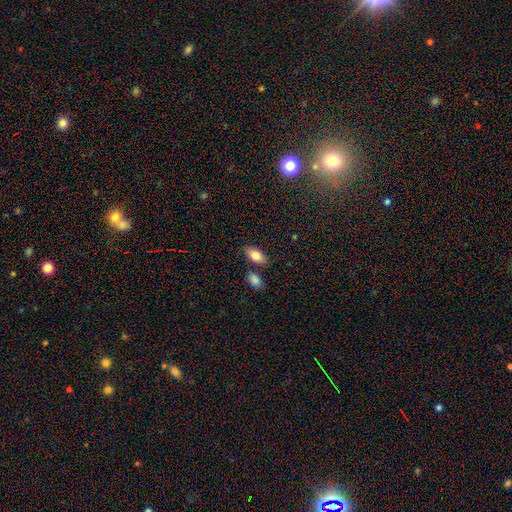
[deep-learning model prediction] Q: Smooth or featured?
A: smooth (81%); runner-up: featured or disk (12%)
Q: How rounded?
A: in between (90%); runner-up: round (5%)
Q: Merging?
A: none (75%); runner-up: minor disturbance (13%)